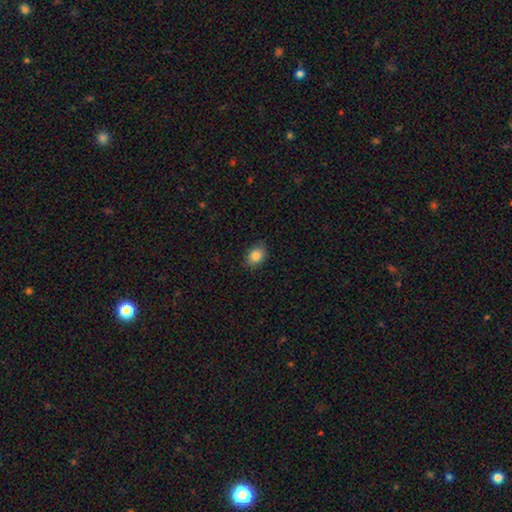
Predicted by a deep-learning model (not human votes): smooth_or_featured: smooth (p=0.85) [alt: star or artifact p=0.09]
how_rounded: in between (p=0.67) [alt: round p=0.32]
merging: none (p=0.83) [alt: minor disturbance p=0.13]